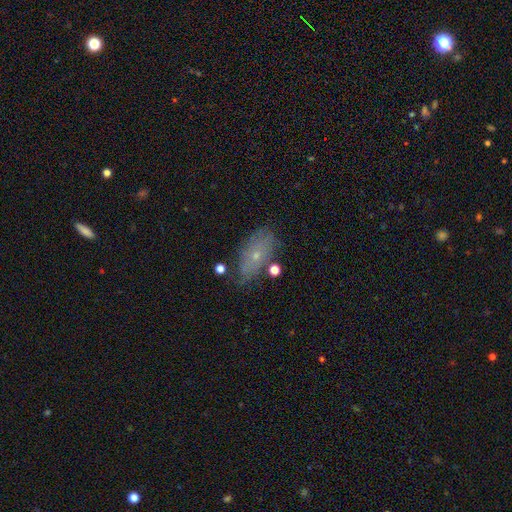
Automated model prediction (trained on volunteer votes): Smooth or featured?
  - smooth: 50% *
  - featured or disk: 39%
  - star or artifact: 12%
Merging?
  - none: 70% *
  - minor disturbance: 20%
  - major disturbance: 6%
  - merger: 5%